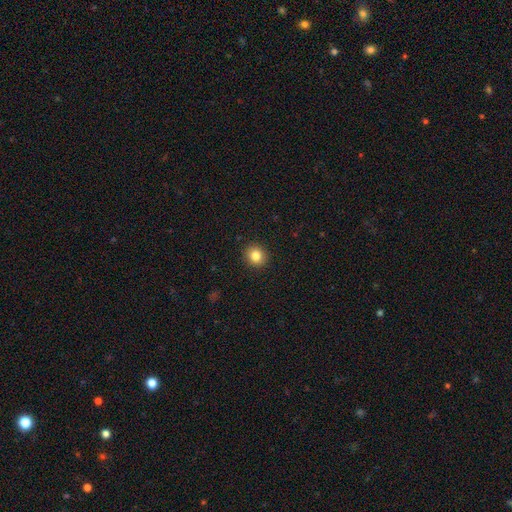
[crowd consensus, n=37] Morphology: type=smooth (84%); roundness=round (87%); merging=none (81%).